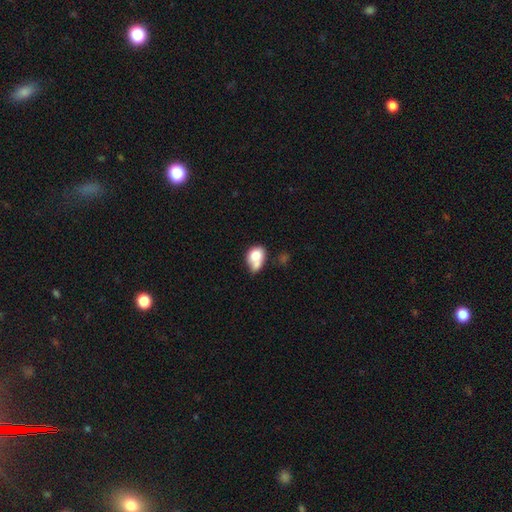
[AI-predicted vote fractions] A smooth galaxy with no disk features (73%) that is in between round and cigar-shaped (64%). Merging: merger (42%).